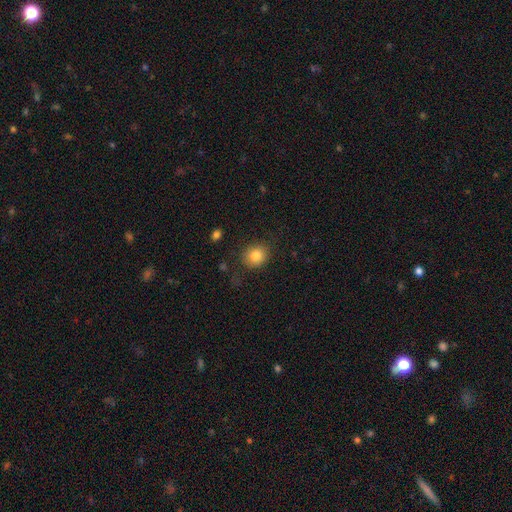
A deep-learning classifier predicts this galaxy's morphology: This appears to be a smooth galaxy with no disk features (83%) that is round (73%). Merging: none (82%).